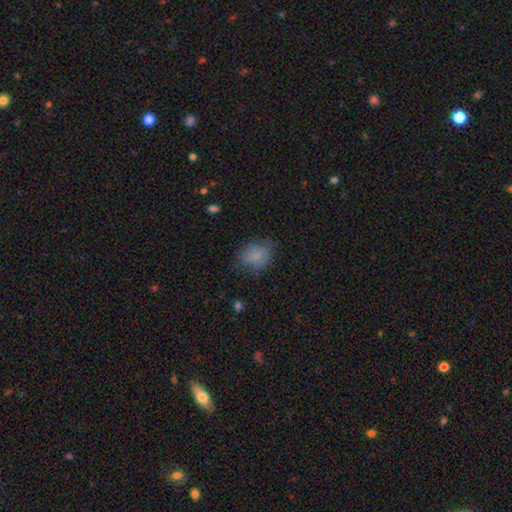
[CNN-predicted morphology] Smooth or featured: smooth — 78% (featured or disk — 11%)
How rounded: in between — 65% (round — 33%)
Merging: none — 63% (minor disturbance — 25%)